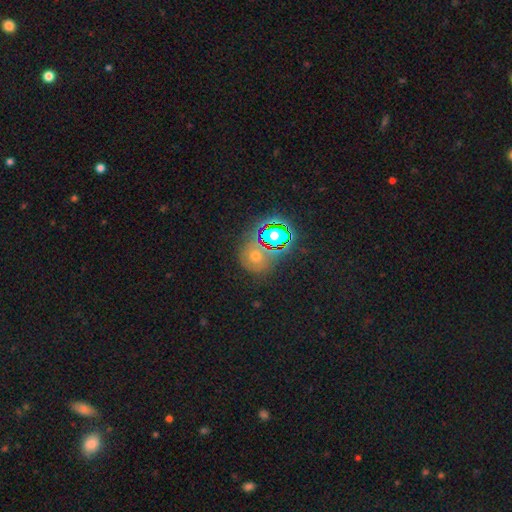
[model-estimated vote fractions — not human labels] A star or artifact, not a galaxy (47%).

Vote fractions:
- Smooth or featured? star or artifact: 47% / smooth: 39% / featured or disk: 14%